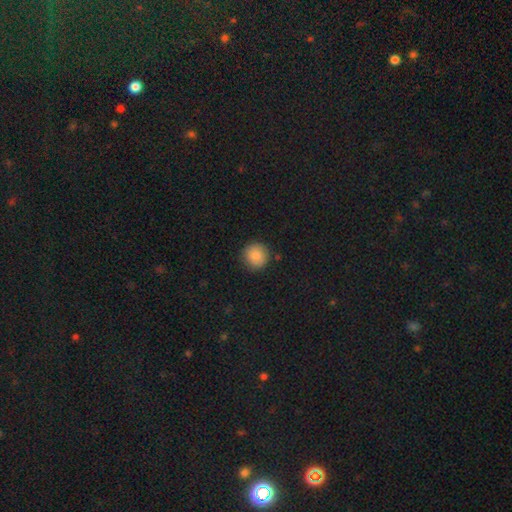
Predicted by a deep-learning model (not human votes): smooth_or_featured: smooth (p=0.87) [alt: star or artifact p=0.08]
how_rounded: round (p=0.93) [alt: in between p=0.06]
merging: none (p=0.88) [alt: minor disturbance p=0.09]